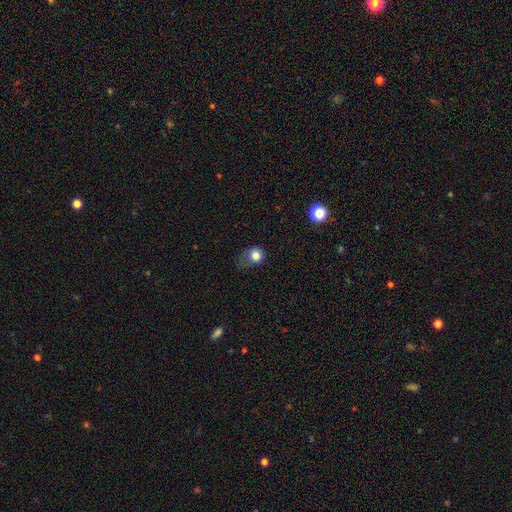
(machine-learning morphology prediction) Smooth or featured?
  - smooth: 79% *
  - star or artifact: 12%
  - featured or disk: 9%
How rounded?
  - round: 77% *
  - in between: 22%
  - cigar-shaped: 1%
Merging?
  - none: 34% *
  - minor disturbance: 33%
  - major disturbance: 30%
  - merger: 3%